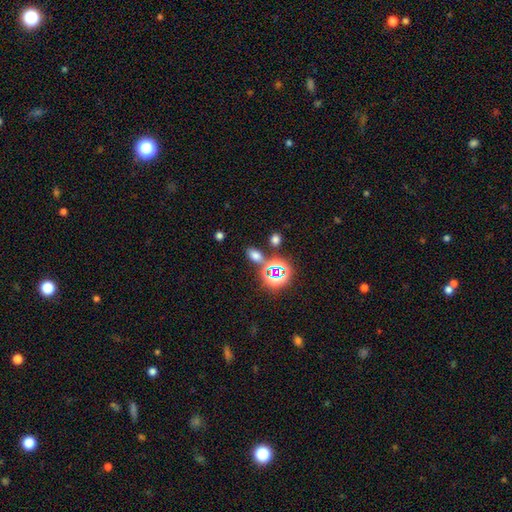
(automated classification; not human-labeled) The model was most divided on "smooth or featured": smooth: 62%, star or artifact: 30%, featured or disk: 8%. More confident: how rounded — in between (82%); merging — none (75%).